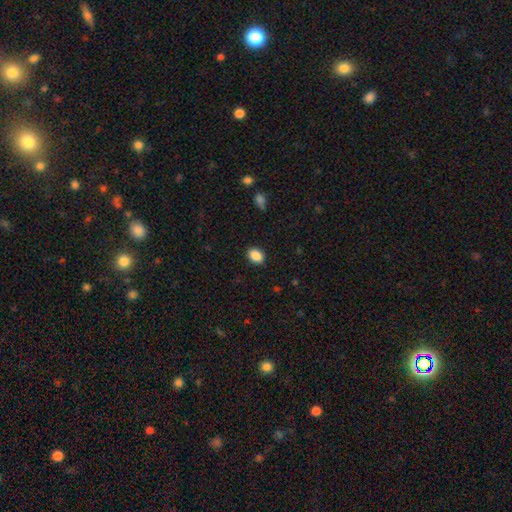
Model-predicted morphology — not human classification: smooth-or-featured: smooth: 89% | star or artifact: 8% | featured or disk: 3%
  how-rounded: in between: 74% | round: 25% | cigar-shaped: 1%
  merging: none: 89% | minor disturbance: 8% | major disturbance: 2% | merger: 1%